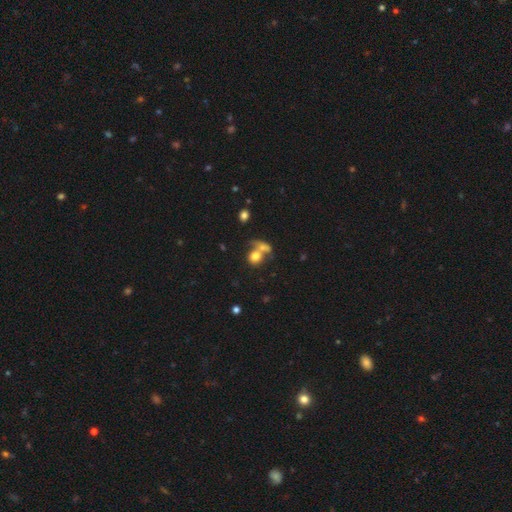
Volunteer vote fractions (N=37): Smooth or featured? 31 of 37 (84%) said smooth. How rounded? 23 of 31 (74%) said round. Merging? 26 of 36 (72%) said merger.